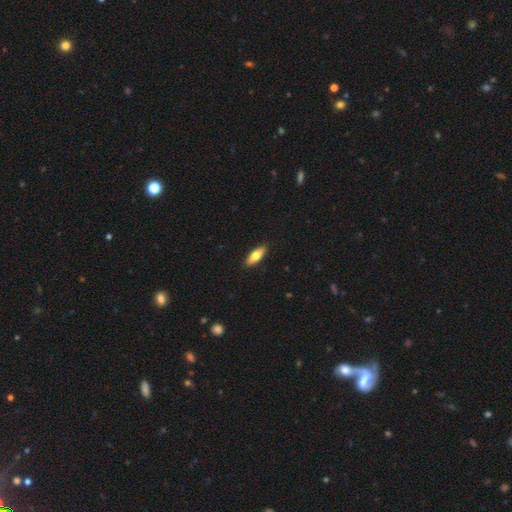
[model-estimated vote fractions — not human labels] Q: Smooth or featured?
A: smooth (69%); runner-up: featured or disk (25%)
Q: How rounded?
A: in between (68%); runner-up: cigar-shaped (30%)
Q: Merging?
A: none (90%); runner-up: minor disturbance (8%)